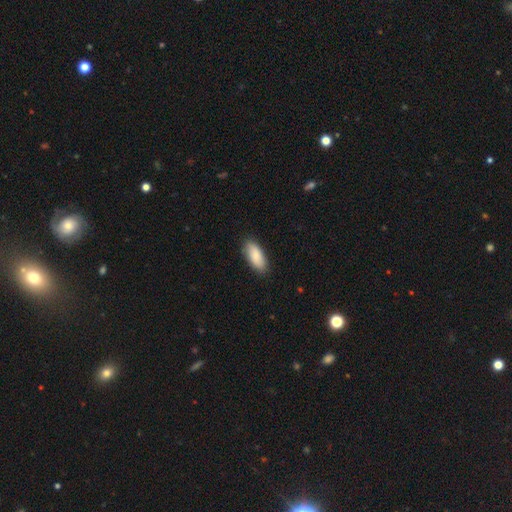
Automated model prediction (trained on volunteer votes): Morphology: type=smooth (88%); roundness=in between (84%); merging=none (87%).